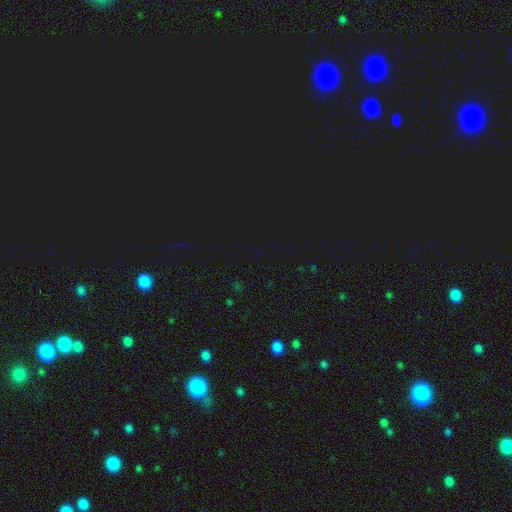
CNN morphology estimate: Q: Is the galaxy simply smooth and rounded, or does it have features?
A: star or artifact — 76%.